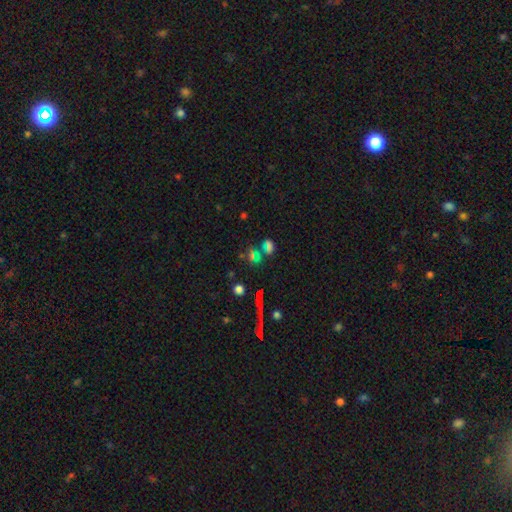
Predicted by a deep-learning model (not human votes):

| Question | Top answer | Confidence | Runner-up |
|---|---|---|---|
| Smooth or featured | smooth | 47% | star or artifact (36%) |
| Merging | none | 50% | merger (28%) |